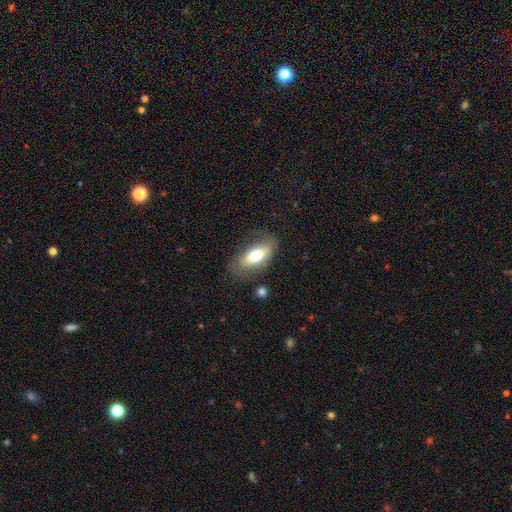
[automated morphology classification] The model was most divided on "smooth or featured": smooth: 64%, featured or disk: 29%, star or artifact: 7%. More confident: how rounded — in between (80%); merging — none (73%).